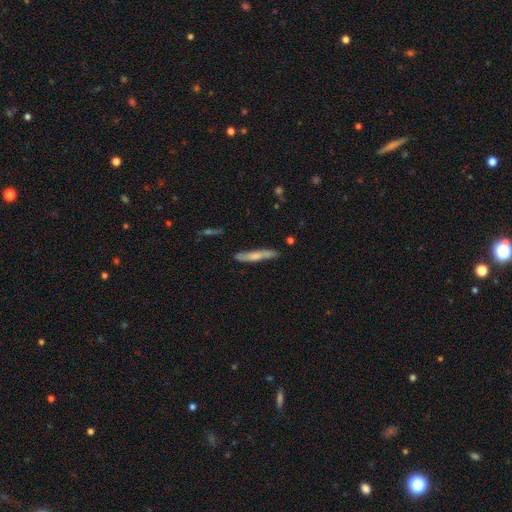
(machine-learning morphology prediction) Smooth or featured?
  - smooth: 52% *
  - featured or disk: 41%
  - star or artifact: 6%
How rounded?
  - cigar-shaped: 92% *
  - in between: 6%
  - round: 2%
Merging?
  - none: 78% *
  - minor disturbance: 16%
  - major disturbance: 3%
  - merger: 3%